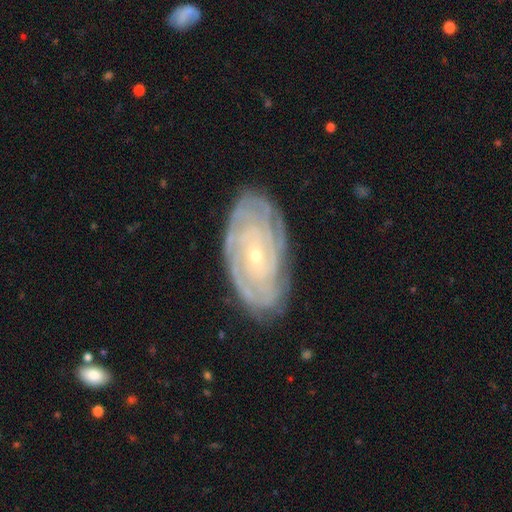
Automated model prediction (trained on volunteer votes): Smooth or featured? Predicted: featured or disk (p=0.84). Edge-on disk? Predicted: no (p=0.94). Bar? Predicted: no (p=0.71). Spiral arms? Predicted: yes (p=0.95). Spiral winding? Predicted: tight (p=0.84). Spiral arm count? Predicted: can't tell (p=0.39). Bulge size? Predicted: small (p=0.80). Merging? Predicted: none (p=0.81).